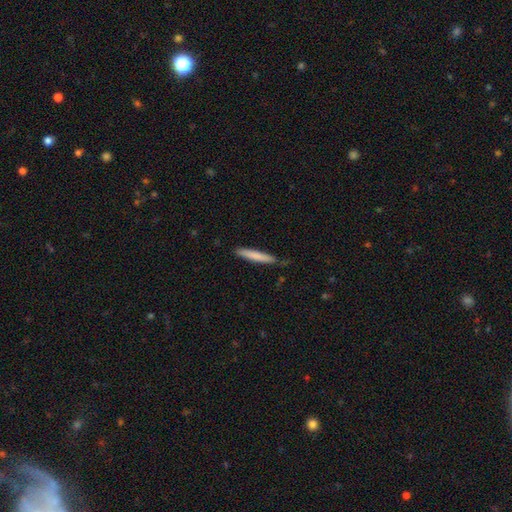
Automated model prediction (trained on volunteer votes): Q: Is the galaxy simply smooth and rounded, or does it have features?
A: smooth — 76%.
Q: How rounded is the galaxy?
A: cigar-shaped — 95%.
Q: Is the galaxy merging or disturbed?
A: none — 81%.